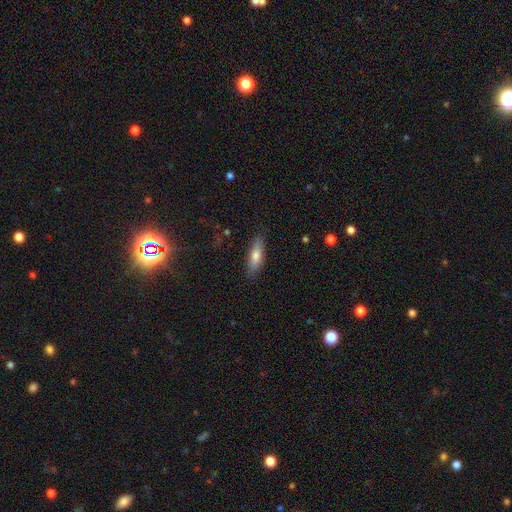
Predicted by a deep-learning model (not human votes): Smooth or featured?
  - smooth: 72% *
  - featured or disk: 21%
  - star or artifact: 6%
How rounded?
  - cigar-shaped: 52% *
  - in between: 46%
  - round: 2%
Merging?
  - none: 85% *
  - minor disturbance: 11%
  - major disturbance: 2%
  - merger: 1%